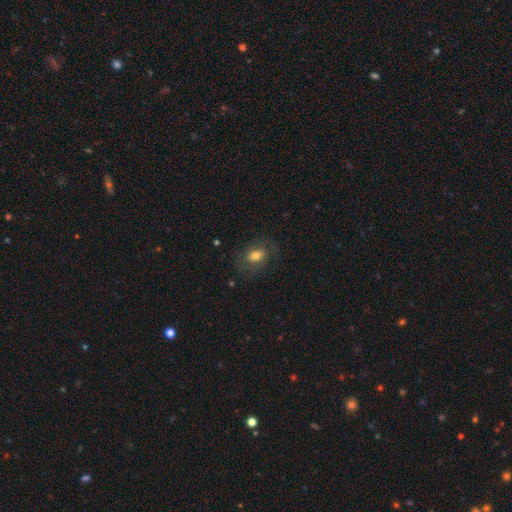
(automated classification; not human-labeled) smooth-or-featured: smooth: 64% | featured or disk: 27% | star or artifact: 9%
  how-rounded: in between: 76% | round: 22% | cigar-shaped: 2%
  merging: none: 69% | minor disturbance: 18% | major disturbance: 11% | merger: 1%